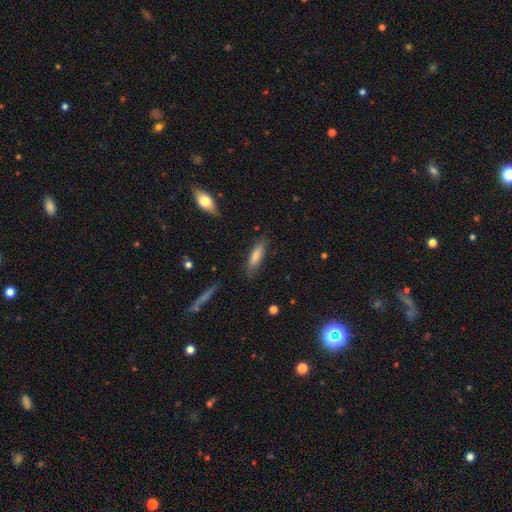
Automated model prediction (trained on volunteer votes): Morphology: type=smooth (75%); roundness=cigar-shaped (58%); merging=none (82%).